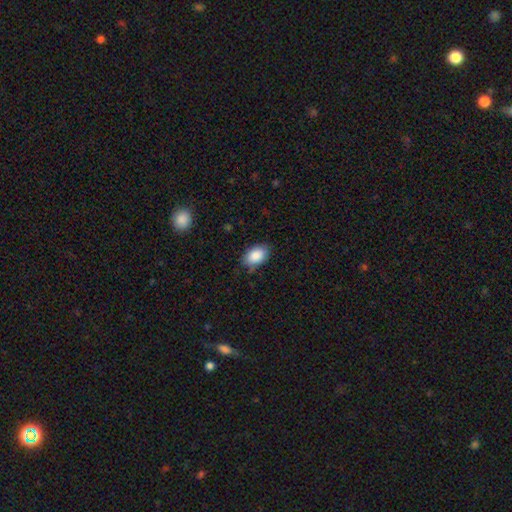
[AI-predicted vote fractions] A smooth galaxy with no disk features (88%) that is in between round and cigar-shaped (88%). Merging: none (78%).